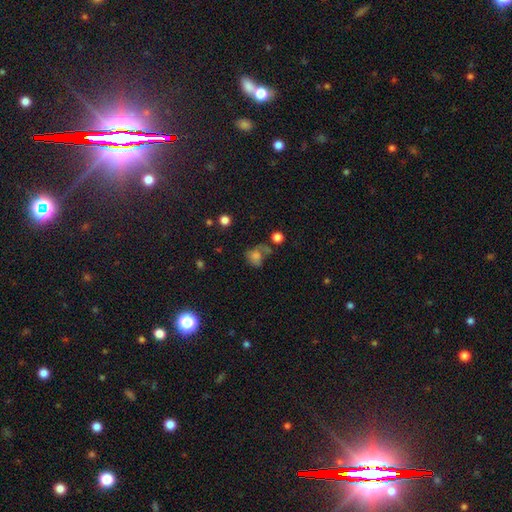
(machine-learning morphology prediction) type=smooth (61%); roundness=round (51%); merging=none (32%).